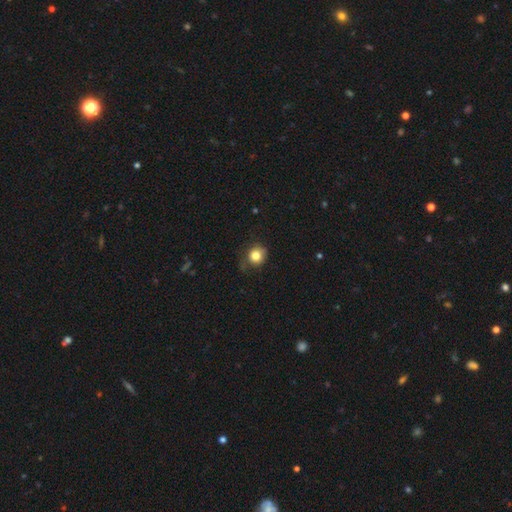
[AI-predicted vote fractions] Overall: smooth (82%). How rounded: round (84%). Merging: none (70%).